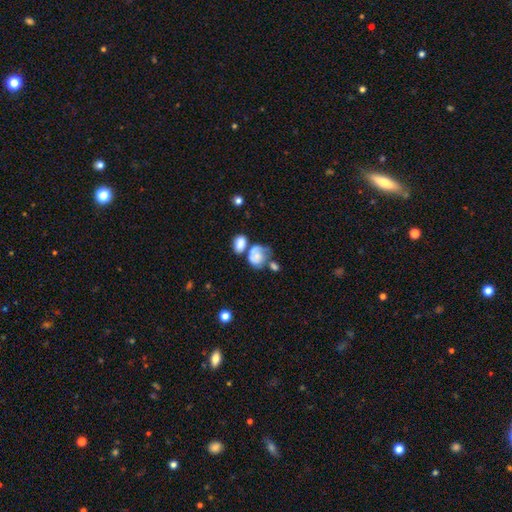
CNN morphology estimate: Q: Smooth or featured?
A: smooth (60%); runner-up: featured or disk (31%)
Q: How rounded?
A: round (50%); runner-up: in between (49%)
Q: Merging?
A: merger (41%); runner-up: none (25%)